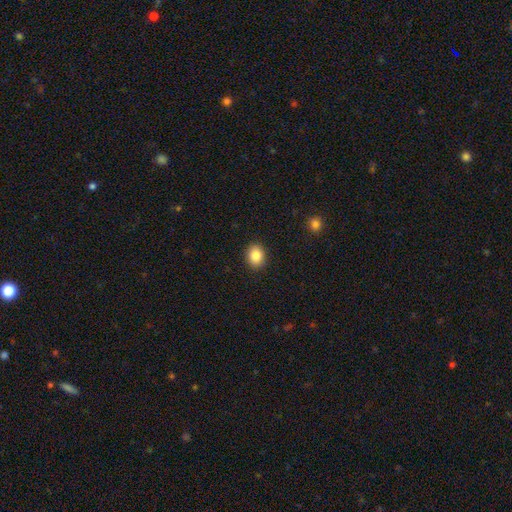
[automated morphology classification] Smooth or featured: smooth — 86% (star or artifact — 9%)
How rounded: round — 52% (in between — 48%)
Merging: none — 91% (minor disturbance — 6%)